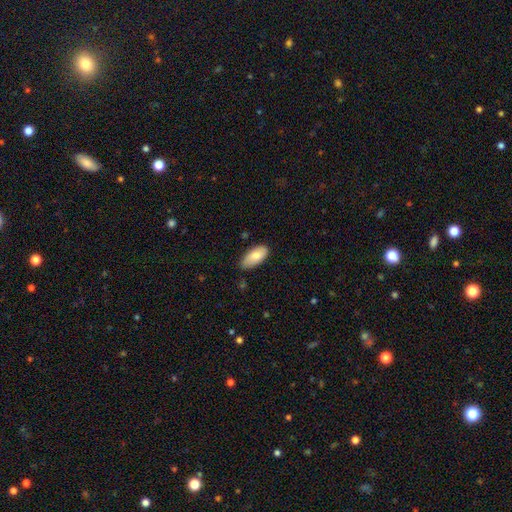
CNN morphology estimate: This appears to be a smooth galaxy with no disk features (78%) that is in between round and cigar-shaped (92%). Merging: none (72%).